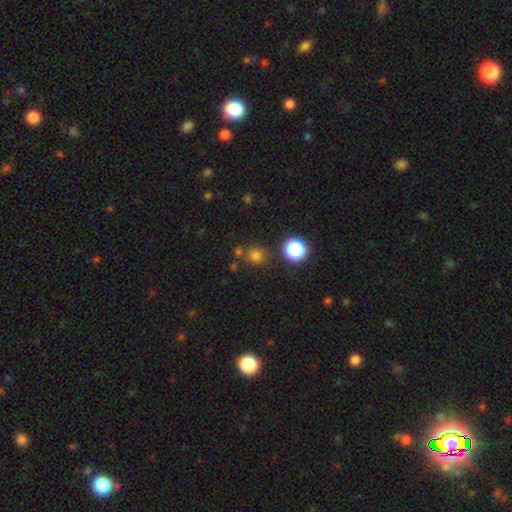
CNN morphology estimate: smooth_or_featured: smooth (p=0.74) [alt: star or artifact p=0.21]
how_rounded: round (p=0.89) [alt: in between p=0.10]
merging: none (p=0.78) [alt: minor disturbance p=0.09]